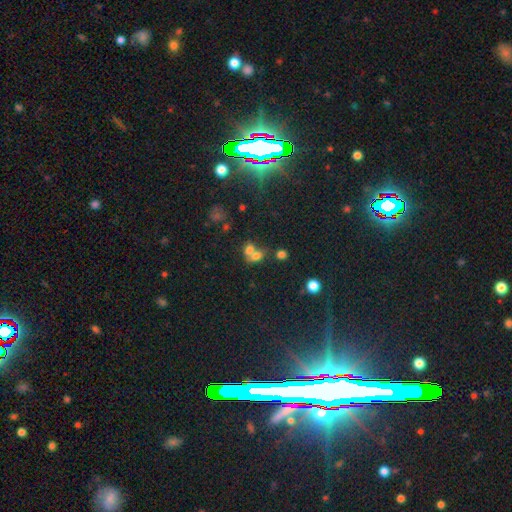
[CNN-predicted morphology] A smooth galaxy with no disk features (69%) that is in between round and cigar-shaped (55%).

Vote fractions:
- Smooth or featured? smooth: 69% / star or artifact: 16% / featured or disk: 15%
- How rounded? in between: 55% / round: 43% / cigar-shaped: 2%
- Merging? merger: 65% / none: 25% / minor disturbance: 7% / major disturbance: 4%